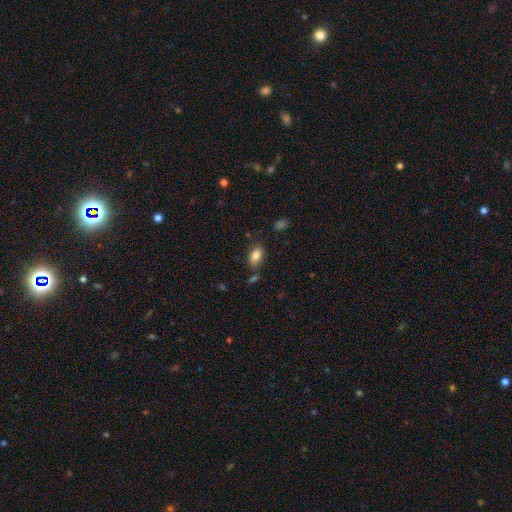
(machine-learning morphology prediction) A smooth galaxy with no disk features (84%) that is in between round and cigar-shaped (91%).

Vote fractions:
- Smooth or featured? smooth: 84% / star or artifact: 8% / featured or disk: 8%
- How rounded? in between: 91% / round: 6% / cigar-shaped: 3%
- Merging? none: 74% / minor disturbance: 15% / merger: 7% / major disturbance: 4%